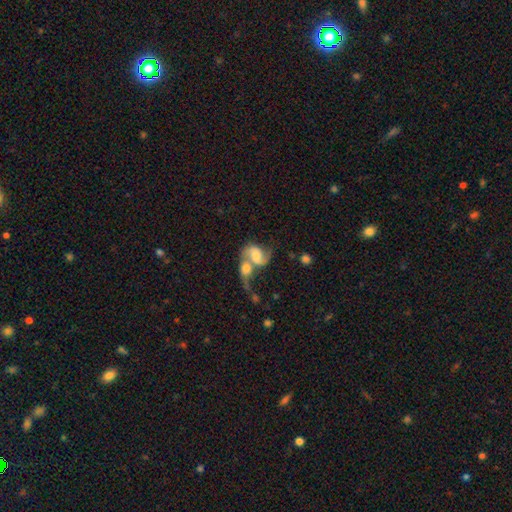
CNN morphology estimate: type=featured or disk (67%); edge-on=no (97%); bar=no (51%); spiral arms=yes (89%); winding=loose (50%); arm count=2 (83%); bulge=moderate (46%); merging=merger (74%).